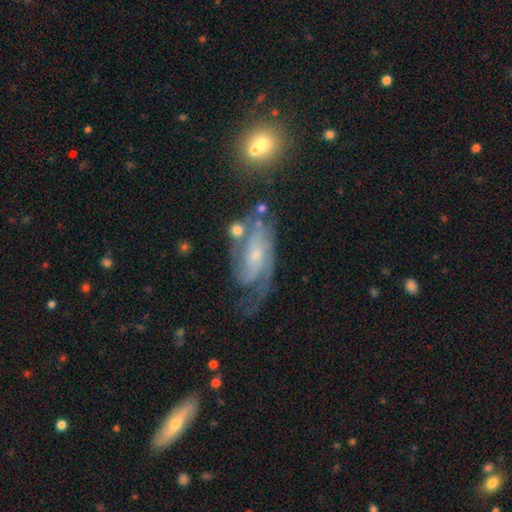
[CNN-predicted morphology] This appears to be a featured or disk galaxy (82%) with no bar (57%), 2 (41%) medium (43%) spiral arms (94%) and a small central bulge (65%). Merging: none (49%).